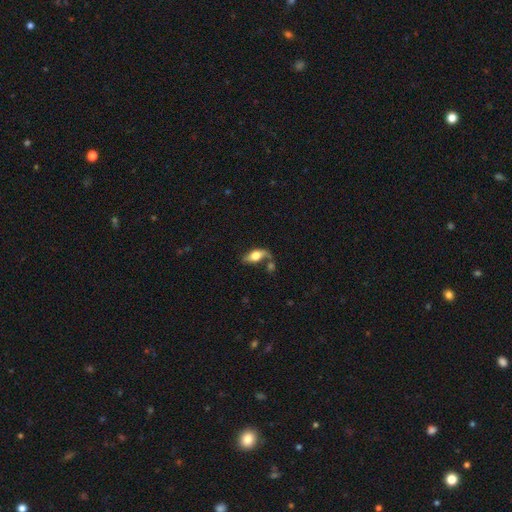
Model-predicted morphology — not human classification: A smooth galaxy with no disk features (63%) that is in between round and cigar-shaped (81%). Merging: none (47%).